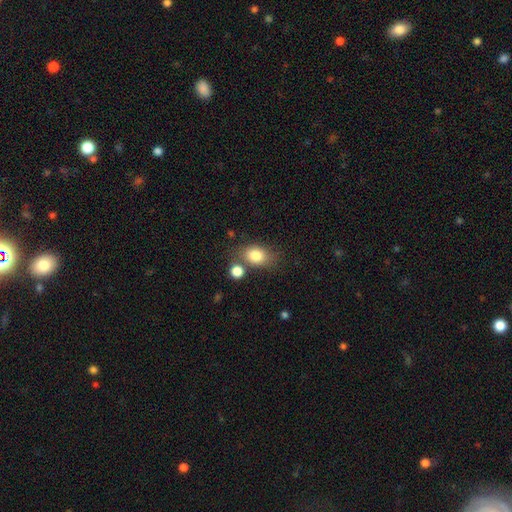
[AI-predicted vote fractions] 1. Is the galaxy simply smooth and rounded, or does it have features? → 82% smooth, 9% star or artifact, 9% featured or disk.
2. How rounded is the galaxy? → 70% in between, 29% round, 2% cigar-shaped.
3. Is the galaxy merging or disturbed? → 64% none, 16% minor disturbance, 15% merger, 5% major disturbance.